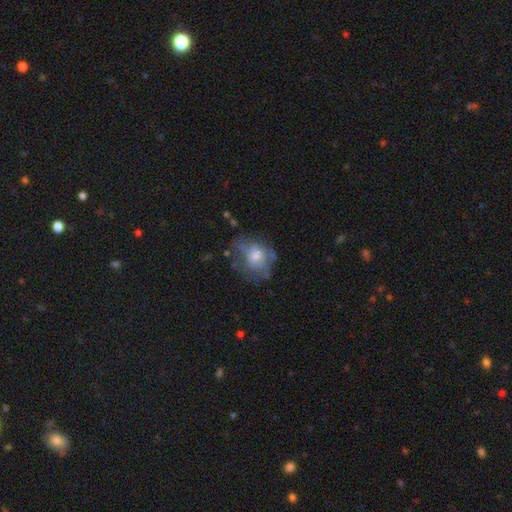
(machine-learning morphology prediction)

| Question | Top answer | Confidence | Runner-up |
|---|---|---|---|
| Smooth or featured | smooth | 45% | featured or disk (44%) |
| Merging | none | 47% | minor disturbance (27%) |